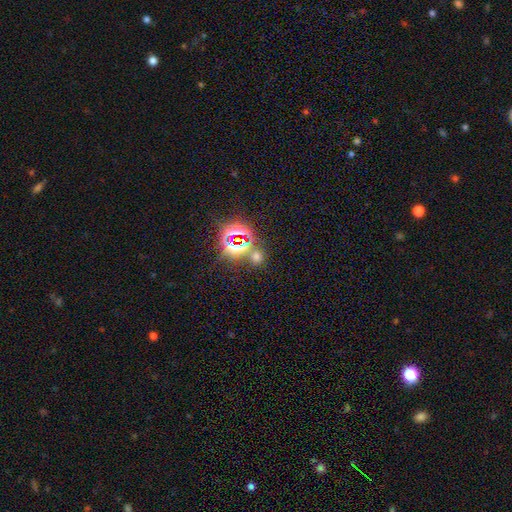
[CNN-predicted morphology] Overall: star or artifact (55%; smooth 37%).